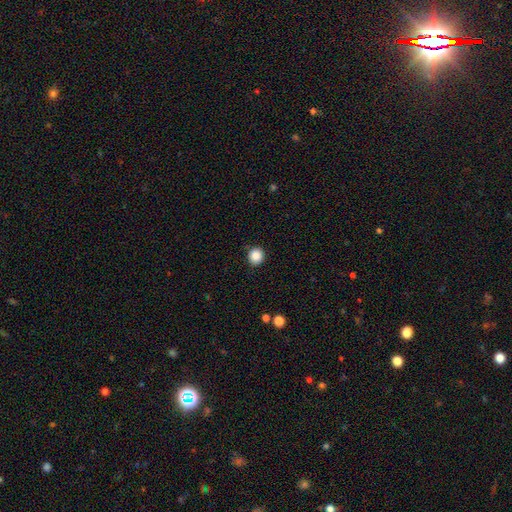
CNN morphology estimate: Overall: smooth (86%). How rounded: round (89%). Merging: none (90%).